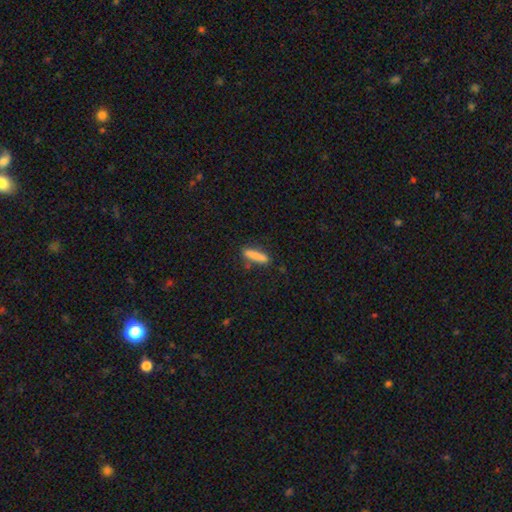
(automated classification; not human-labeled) A smooth galaxy with no disk features (84%) that is cigar-shaped (78%).

Vote fractions:
- Smooth or featured? smooth: 84% / featured or disk: 9% / star or artifact: 7%
- How rounded? cigar-shaped: 78% / in between: 20% / round: 2%
- Merging? none: 82% / minor disturbance: 12% / merger: 4% / major disturbance: 3%